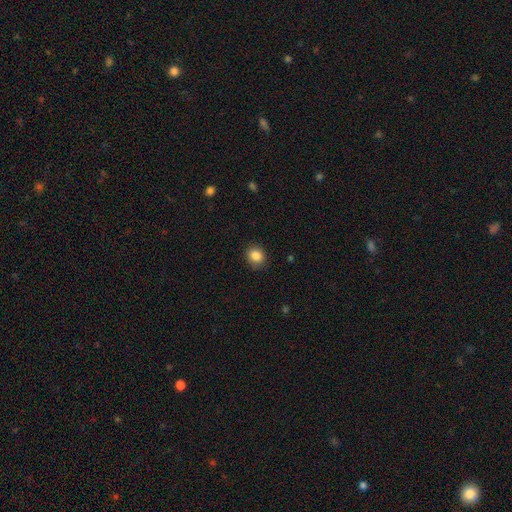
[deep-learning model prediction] smooth 86%, star or artifact 10%, featured or disk 5%. Down the decision tree: how rounded — round (76%); merging — none (87%).